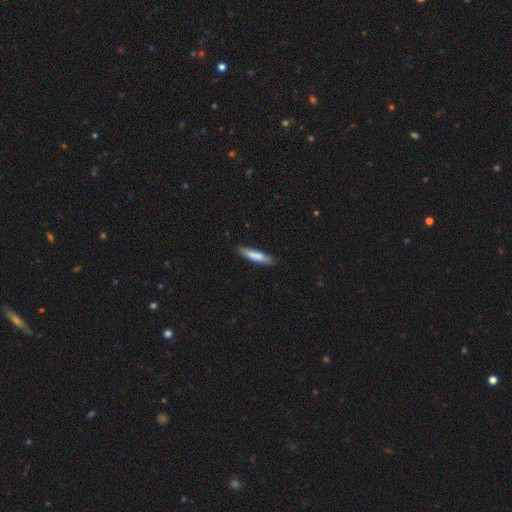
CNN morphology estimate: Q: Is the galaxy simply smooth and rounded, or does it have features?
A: smooth — 78%.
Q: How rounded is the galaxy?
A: cigar-shaped — 84%.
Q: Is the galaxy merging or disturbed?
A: none — 85%.